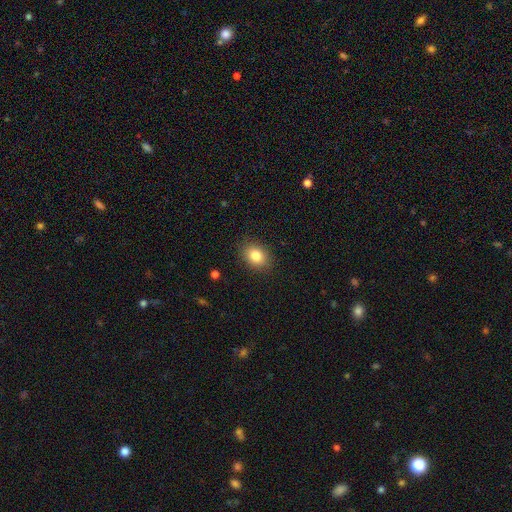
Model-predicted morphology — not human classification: A smooth galaxy with no disk features (84%) that is in between round and cigar-shaped (61%).

Vote fractions:
- Smooth or featured? smooth: 84% / star or artifact: 9% / featured or disk: 7%
- How rounded? in between: 61% / round: 38% / cigar-shaped: 1%
- Merging? none: 86% / minor disturbance: 10% / major disturbance: 3% / merger: 1%